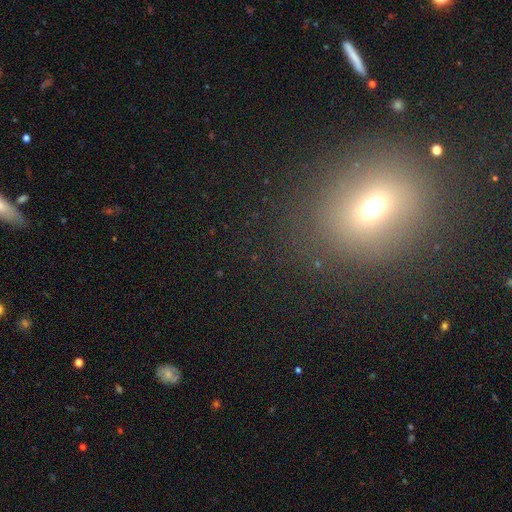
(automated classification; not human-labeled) Overall: smooth (51%; star or artifact 35%). How rounded: round (57%; in between 40%). Merging: none (83%).